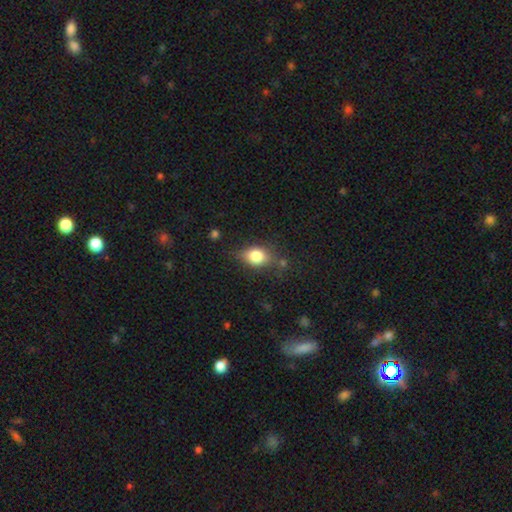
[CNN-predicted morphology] Q: Smooth or featured?
A: smooth (79%); runner-up: featured or disk (11%)
Q: How rounded?
A: in between (60%); runner-up: round (38%)
Q: Merging?
A: none (64%); runner-up: minor disturbance (25%)